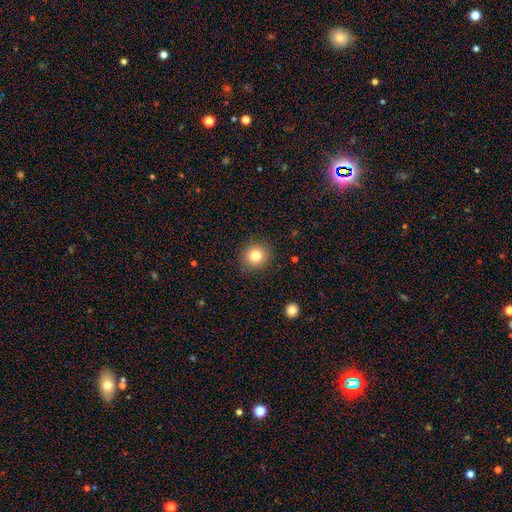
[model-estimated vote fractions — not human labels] smooth 81%, star or artifact 12%, featured or disk 8%. Down the decision tree: how rounded — round (89%); merging — none (89%).